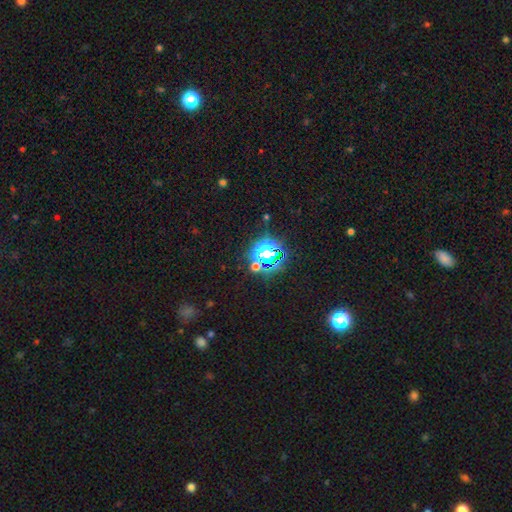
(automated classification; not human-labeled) Morphology: type=star or artifact (74%).